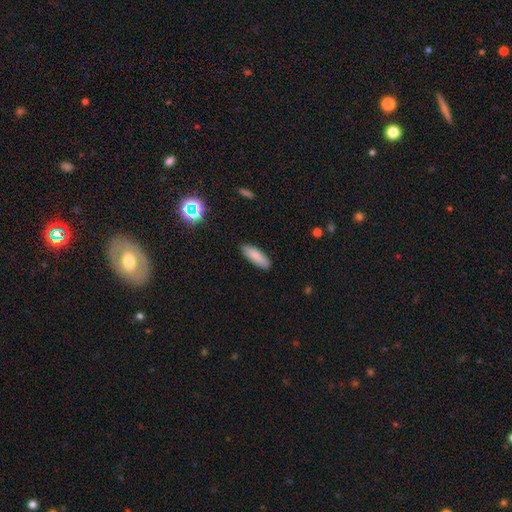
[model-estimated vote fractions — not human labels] This appears to be a smooth galaxy with no disk features (86%) that is in between round and cigar-shaped (52%). Merging: none (88%).